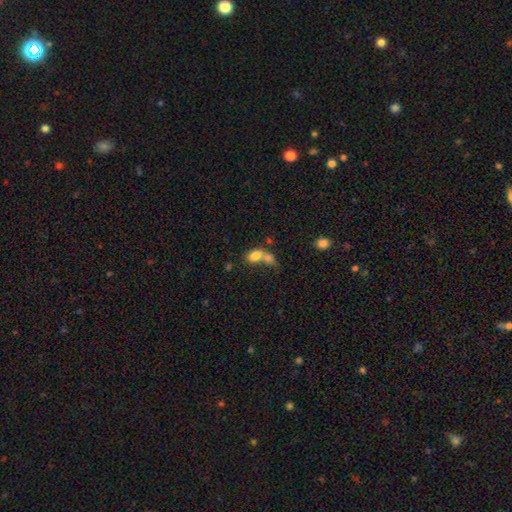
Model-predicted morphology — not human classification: smooth 79%, featured or disk 11%, star or artifact 9%. Down the decision tree: how rounded — in between (82%); merging — merger (61%).